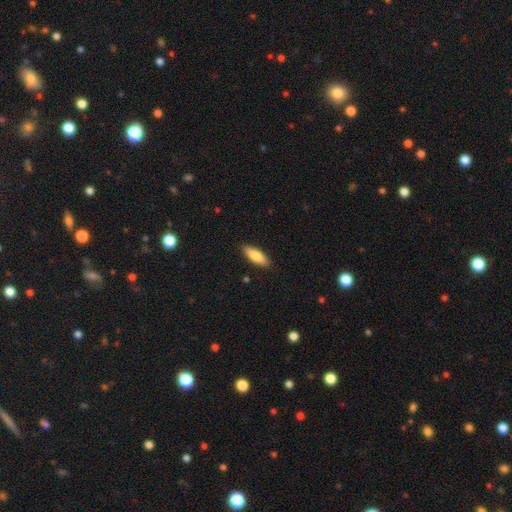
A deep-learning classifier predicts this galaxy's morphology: smooth-or-featured: smooth: 82% | featured or disk: 12% | star or artifact: 6%
  how-rounded: in between: 63% | cigar-shaped: 35% | round: 2%
  merging: none: 88% | minor disturbance: 9% | major disturbance: 2% | merger: 1%